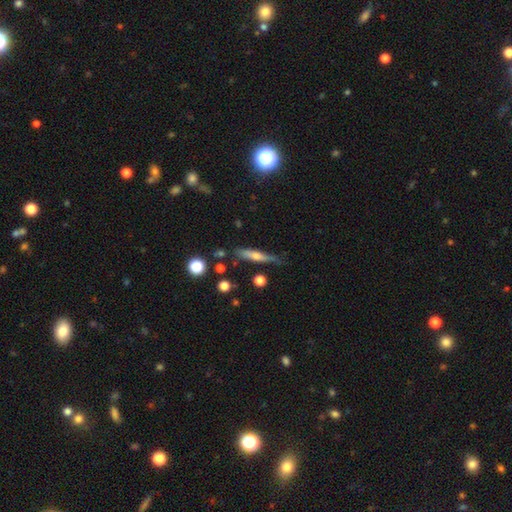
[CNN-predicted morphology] Smooth or featured?
  - featured or disk: 48% *
  - smooth: 44%
  - star or artifact: 8%
Merging?
  - none: 71% *
  - minor disturbance: 21%
  - major disturbance: 5%
  - merger: 4%